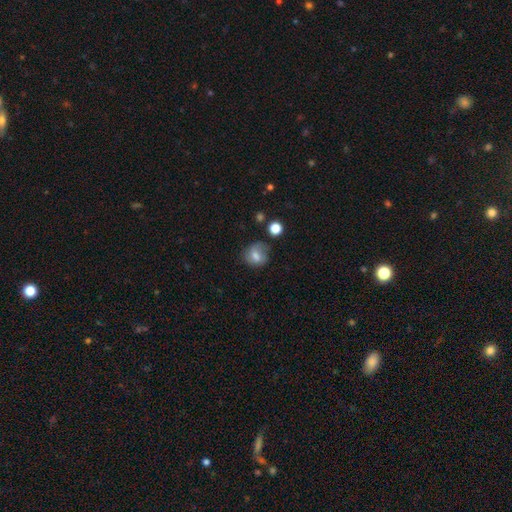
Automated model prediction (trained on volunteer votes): A smooth galaxy with no disk features (69%) that is round (70%).

Vote fractions:
- Smooth or featured? smooth: 69% / featured or disk: 21% / star or artifact: 10%
- How rounded? round: 70% / in between: 28% / cigar-shaped: 1%
- Merging? none: 64% / minor disturbance: 23% / major disturbance: 8% / merger: 4%